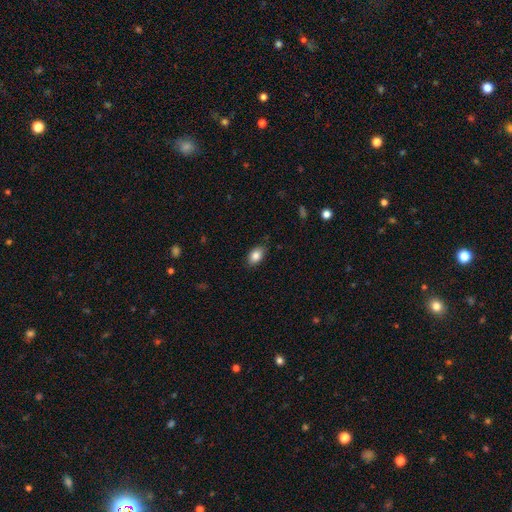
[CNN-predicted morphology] This is clearly a smooth galaxy (85%). How rounded: clearly in between (87%). Merging: clearly none (83%).